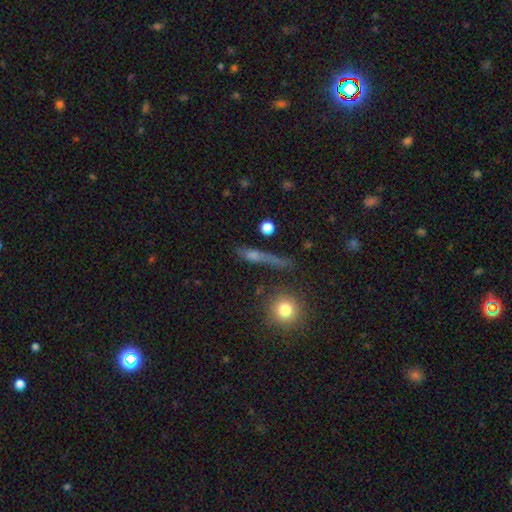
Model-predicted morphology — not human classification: smooth-or-featured: smooth: 51% | featured or disk: 30% | star or artifact: 19%
  how-rounded: cigar-shaped: 65% | in between: 18% | round: 17%
  merging: none: 60% | minor disturbance: 19% | major disturbance: 13% | merger: 7%